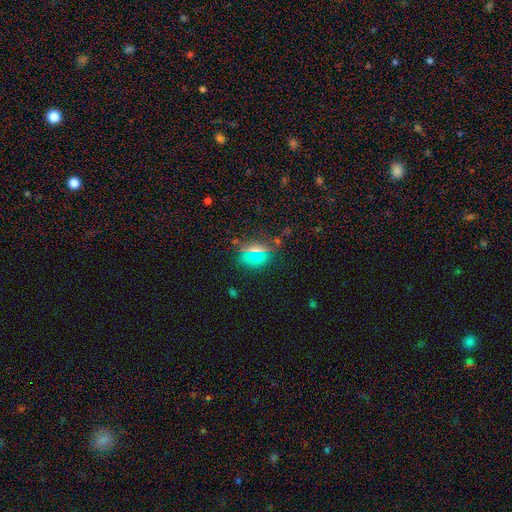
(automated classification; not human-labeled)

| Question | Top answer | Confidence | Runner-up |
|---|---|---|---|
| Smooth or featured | smooth | 63% | star or artifact (28%) |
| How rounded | round | 55% | in between (41%) |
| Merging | none | 79% | minor disturbance (12%) |